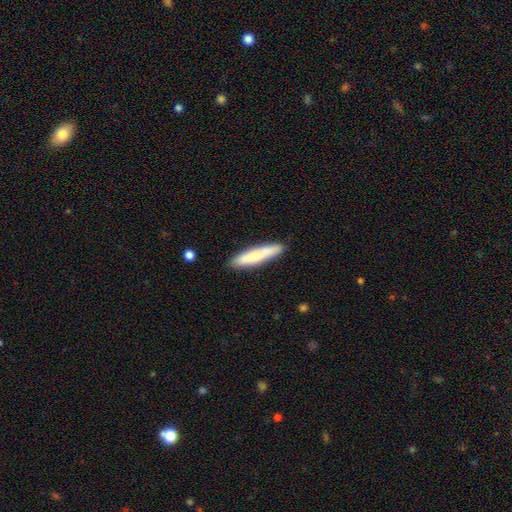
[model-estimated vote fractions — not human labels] A smooth galaxy with no disk features (72%) that is cigar-shaped (88%).

Vote fractions:
- Smooth or featured? smooth: 72% / featured or disk: 22% / star or artifact: 5%
- How rounded? cigar-shaped: 88% / in between: 11% / round: 1%
- Merging? none: 88% / minor disturbance: 9% / major disturbance: 2% / merger: 1%